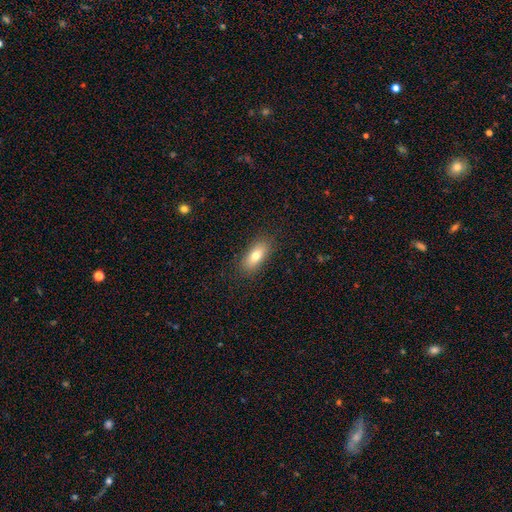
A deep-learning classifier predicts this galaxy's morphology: Smooth or featured? Predicted: smooth (p=0.77). How rounded? Predicted: in between (p=0.81). Merging? Predicted: none (p=0.87).